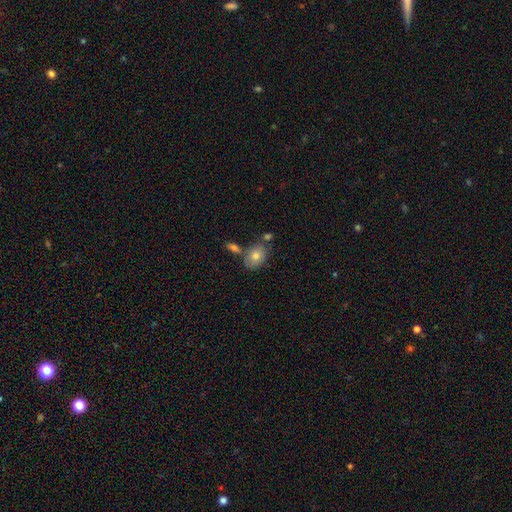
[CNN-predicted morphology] Smooth or featured?
  - smooth: 77% *
  - featured or disk: 15%
  - star or artifact: 8%
How rounded?
  - in between: 79% *
  - round: 19%
  - cigar-shaped: 1%
Merging?
  - none: 62% *
  - merger: 19%
  - minor disturbance: 15%
  - major disturbance: 4%